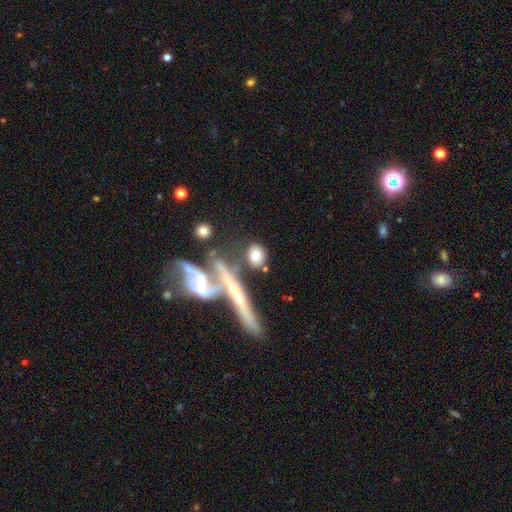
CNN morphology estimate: Smooth or featured: smooth — 73% (featured or disk — 20%)
How rounded: round — 49% (in between — 43%)
Merging: none — 63% (merger — 17%)